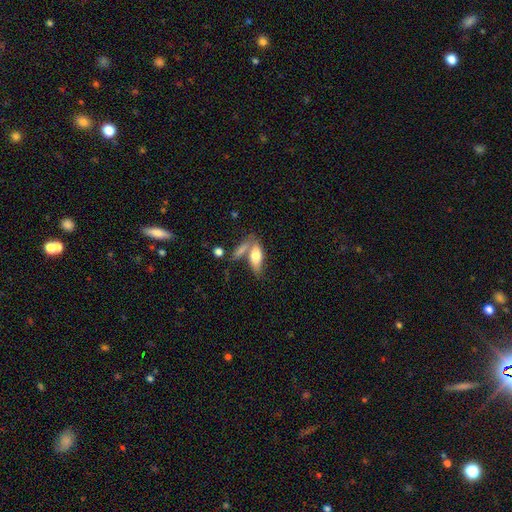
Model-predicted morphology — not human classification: Smooth or featured? Predicted: smooth (p=0.72). How rounded? Predicted: in between (p=0.74). Merging? Predicted: none (p=0.41).